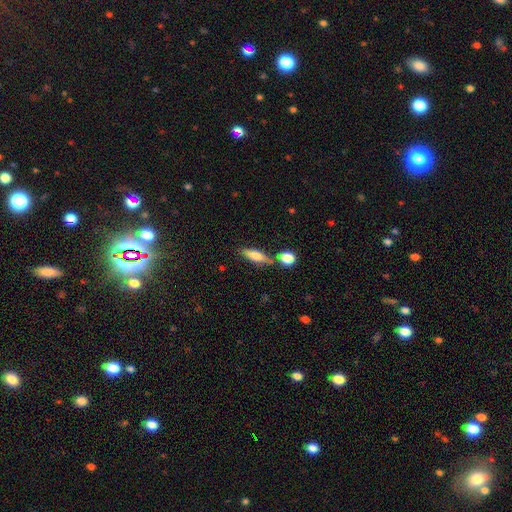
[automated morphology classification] Overall: smooth (66%; featured or disk 27%). How rounded: in between (48%, tied with cigar-shaped). Merging: none (63%).